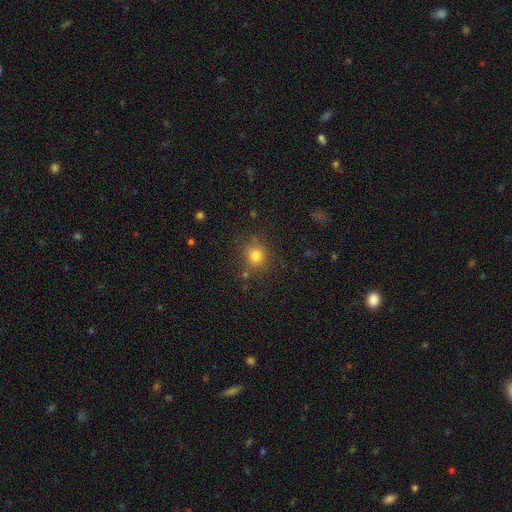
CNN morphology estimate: smooth 79%, star or artifact 14%, featured or disk 7%. Down the decision tree: how rounded — round (83%); merging — none (79%).